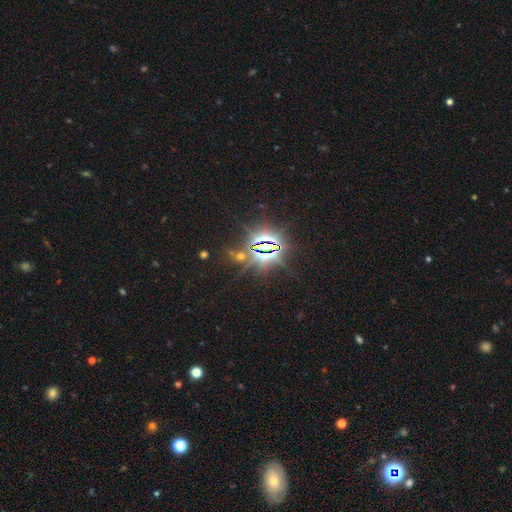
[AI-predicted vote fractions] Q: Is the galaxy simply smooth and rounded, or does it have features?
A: star or artifact — 79%.